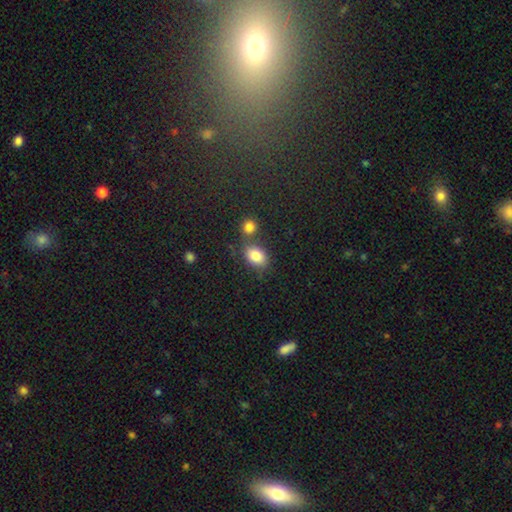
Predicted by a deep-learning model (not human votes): smooth_or_featured: smooth (p=0.83) [alt: star or artifact p=0.10]
how_rounded: in between (p=0.76) [alt: round p=0.22]
merging: none (p=0.57) [alt: merger p=0.26]